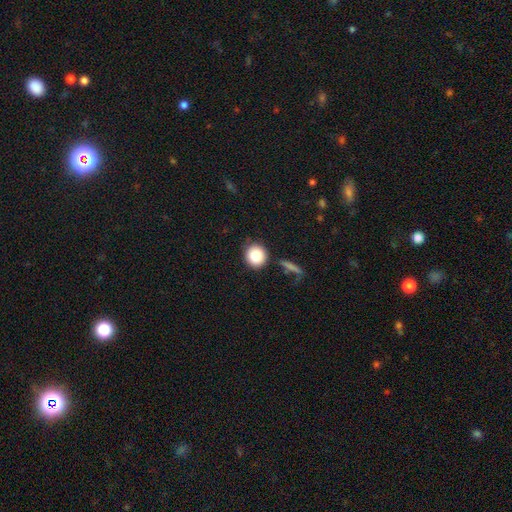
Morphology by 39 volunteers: Smooth or featured? 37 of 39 (95%) said smooth. How rounded? 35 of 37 (95%) said round. Merging? 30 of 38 (79%) said none.